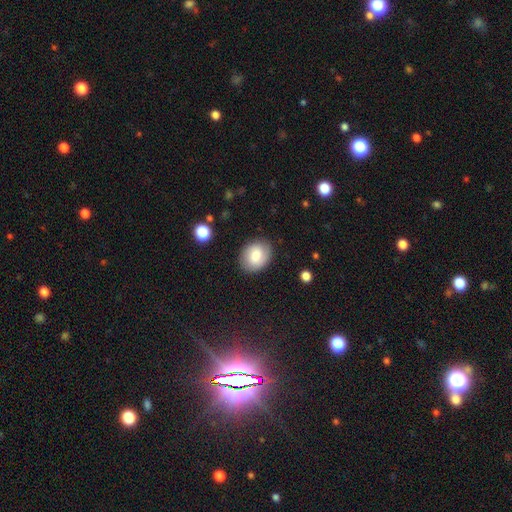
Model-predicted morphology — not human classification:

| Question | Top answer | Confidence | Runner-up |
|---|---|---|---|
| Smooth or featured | smooth | 75% | featured or disk (18%) |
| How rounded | in between | 55% | round (44%) |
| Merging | none | 85% | minor disturbance (11%) |